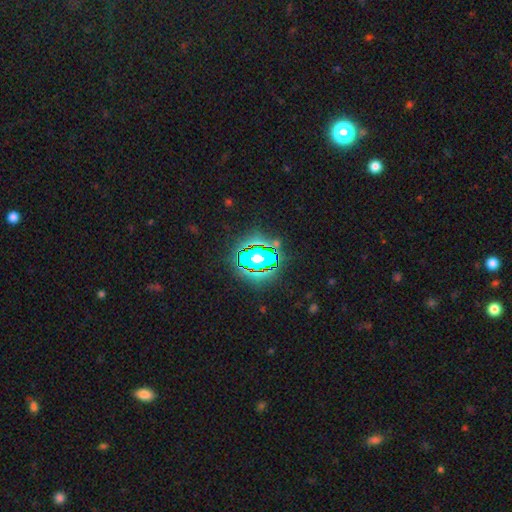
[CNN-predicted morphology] The model was most divided on "smooth or featured": star or artifact: 76%, smooth: 15%, featured or disk: 9%.